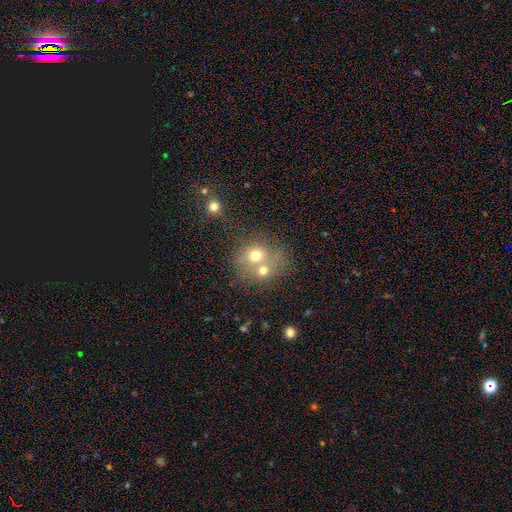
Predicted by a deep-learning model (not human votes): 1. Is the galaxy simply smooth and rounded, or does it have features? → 65% smooth, 21% featured or disk, 15% star or artifact.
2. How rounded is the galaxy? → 75% round, 24% in between, 1% cigar-shaped.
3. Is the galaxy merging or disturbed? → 56% merger, 32% none, 7% minor disturbance, 4% major disturbance.